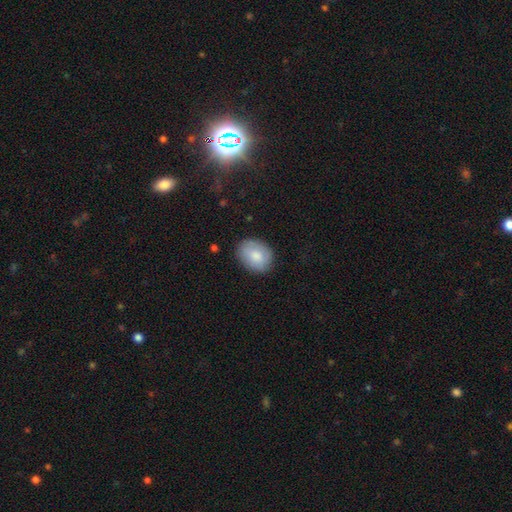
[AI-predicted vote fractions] Overall: smooth (78%). How rounded: in between (62%; round 37%). Merging: none (82%).